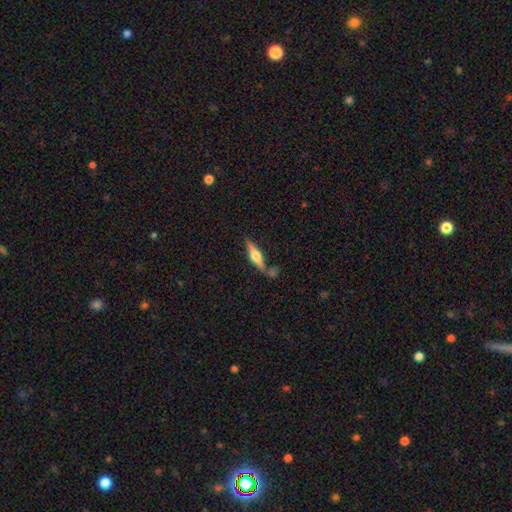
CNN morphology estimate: Smooth or featured?
  - featured or disk: 62% *
  - smooth: 32%
  - star or artifact: 6%
Edge-on disk?
  - yes: 95% *
  - no: 5%
Edge-on bulge?
  - rounded: 93% *
  - boxy: 5%
  - none: 2%
Merging?
  - none: 69% *
  - minor disturbance: 14%
  - merger: 12%
  - major disturbance: 5%